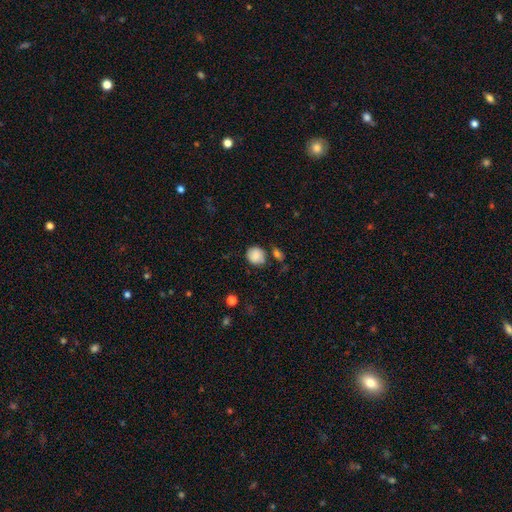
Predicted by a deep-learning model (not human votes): smooth_or_featured: smooth (p=0.84) [alt: star or artifact p=0.08]
how_rounded: round (p=0.81) [alt: in between p=0.18]
merging: none (p=0.70) [alt: minor disturbance p=0.18]